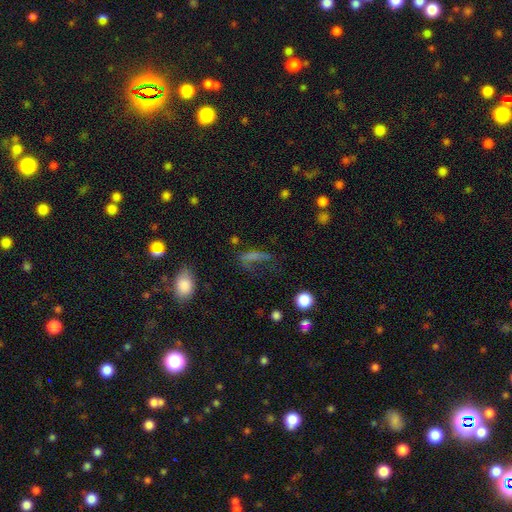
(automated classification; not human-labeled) This is marginally a smooth galaxy (44%). Merging: possibly none (52%).